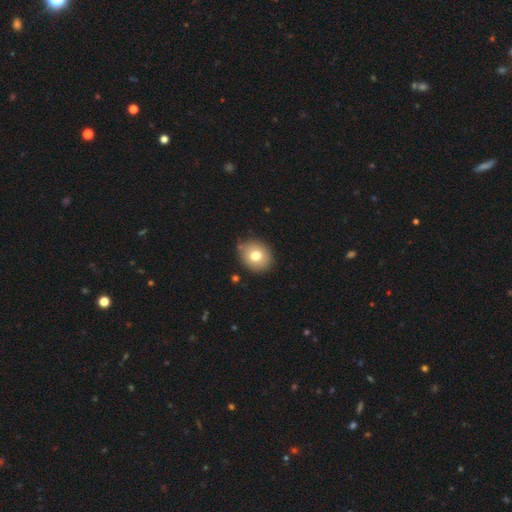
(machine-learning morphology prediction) Smooth or featured?
  - smooth: 76% *
  - featured or disk: 15%
  - star or artifact: 10%
How rounded?
  - round: 66% *
  - in between: 33%
  - cigar-shaped: 1%
Merging?
  - none: 83% *
  - minor disturbance: 11%
  - merger: 3%
  - major disturbance: 3%